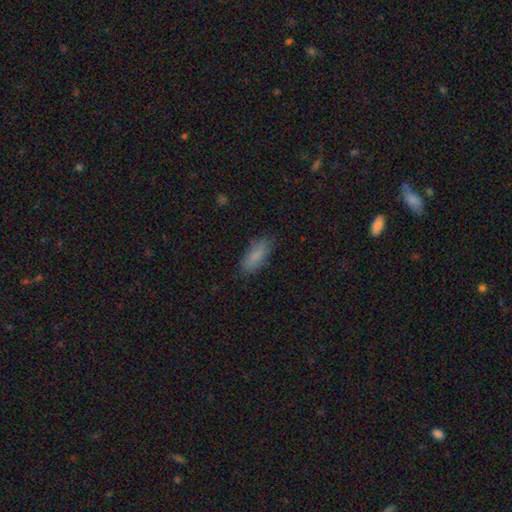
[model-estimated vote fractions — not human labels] This is clearly a smooth galaxy (84%). How rounded: likely in between (71%). Merging: clearly none (82%).